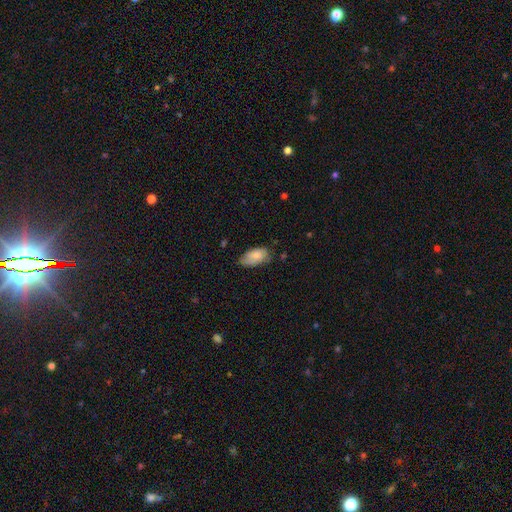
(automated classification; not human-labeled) Q: Smooth or featured?
A: smooth (73%); runner-up: featured or disk (20%)
Q: How rounded?
A: in between (93%); runner-up: cigar-shaped (4%)
Q: Merging?
A: none (56%); runner-up: minor disturbance (34%)